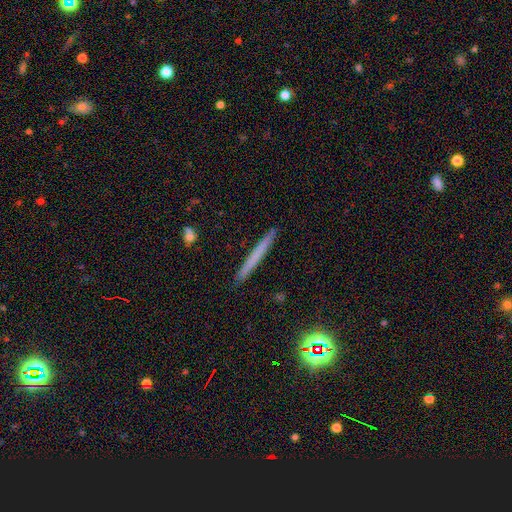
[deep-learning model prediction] This appears to be a smooth galaxy with no disk features (60%) that is cigar-shaped (97%). Merging: none (91%).